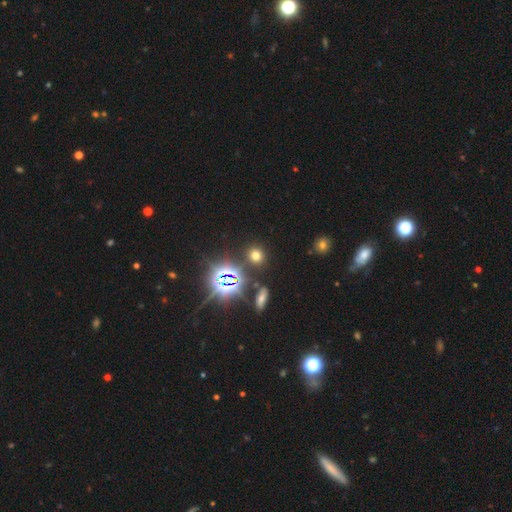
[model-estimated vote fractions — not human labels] This appears to be a smooth galaxy with no disk features (59%) that is round (80%). Merging: none (85%).